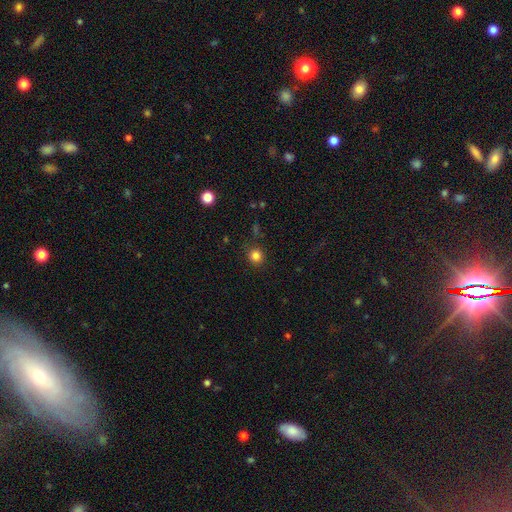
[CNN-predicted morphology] Q: Smooth or featured?
A: smooth (83%); runner-up: star or artifact (13%)
Q: How rounded?
A: round (90%); runner-up: in between (9%)
Q: Merging?
A: none (88%); runner-up: minor disturbance (8%)